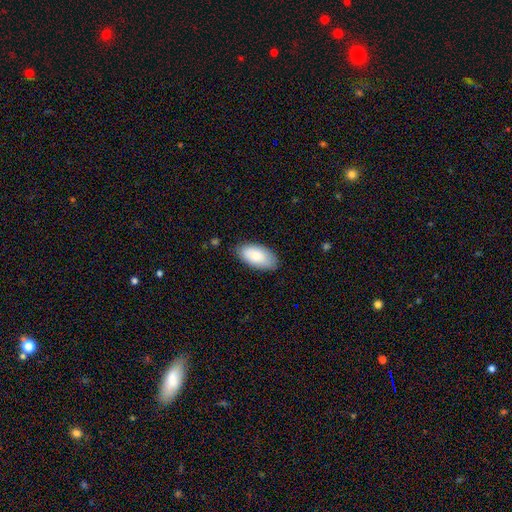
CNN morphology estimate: Smooth or featured? Predicted: smooth (p=0.82). How rounded? Predicted: in between (p=0.95). Merging? Predicted: none (p=0.82).